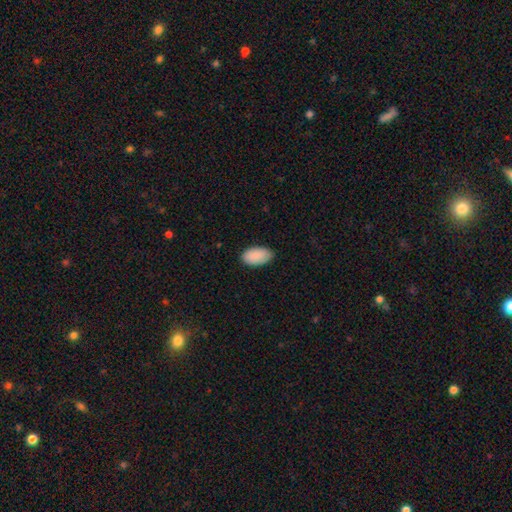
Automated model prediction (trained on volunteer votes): smooth 90%, star or artifact 6%, featured or disk 4%. Down the decision tree: how rounded — in between (96%); merging — none (82%).